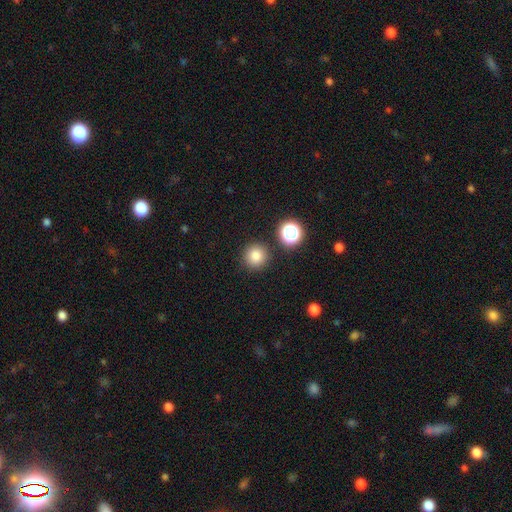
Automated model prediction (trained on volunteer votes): Smooth or featured? smooth (81%)
How rounded? round (95%)
Merging? none (88%)